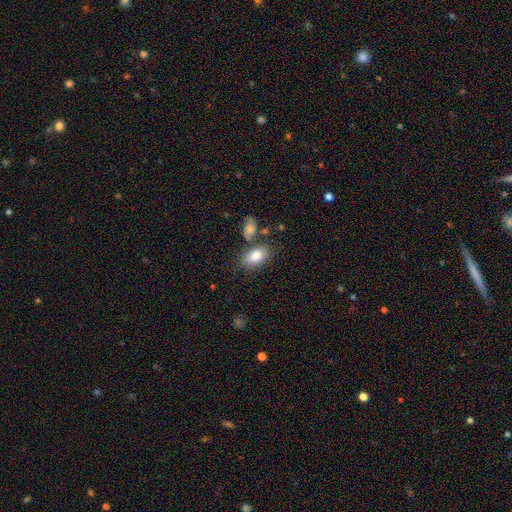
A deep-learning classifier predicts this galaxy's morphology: The model was most divided on "merging": none: 70%, merger: 13%, minor disturbance: 13%, major disturbance: 4%. More confident: how rounded — in between (92%); smooth or featured — smooth (81%).